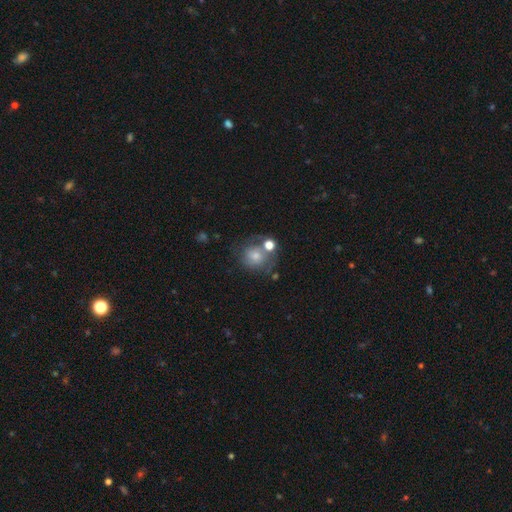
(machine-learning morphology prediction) type=smooth (60%); roundness=round (81%); merging=none (45%).